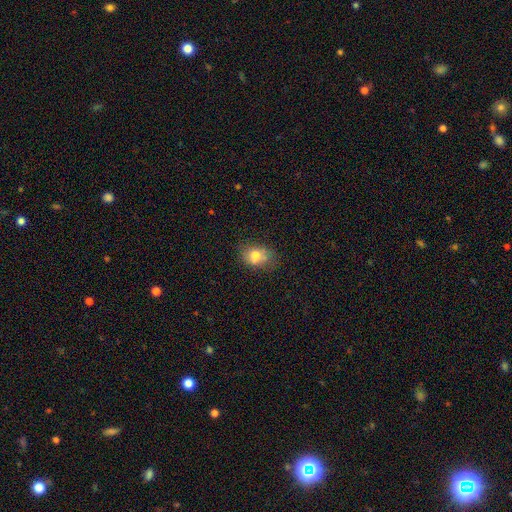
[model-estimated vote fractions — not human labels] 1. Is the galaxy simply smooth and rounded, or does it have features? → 73% smooth, 16% featured or disk, 11% star or artifact.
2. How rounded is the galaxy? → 63% in between, 35% round, 1% cigar-shaped.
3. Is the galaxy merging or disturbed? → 57% none, 24% minor disturbance, 12% merger, 8% major disturbance.